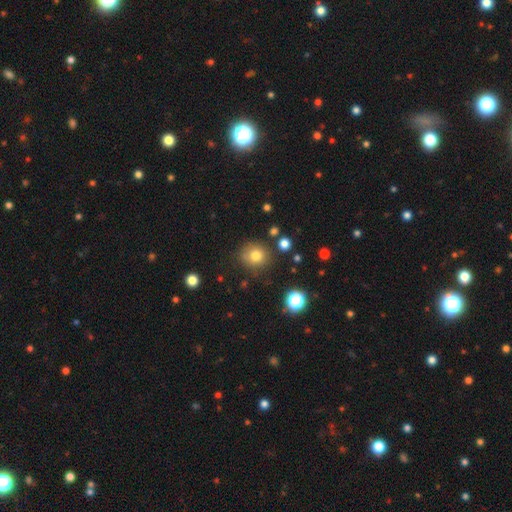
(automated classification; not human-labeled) Morphology: type=smooth (78%); roundness=round (85%); merging=none (79%).